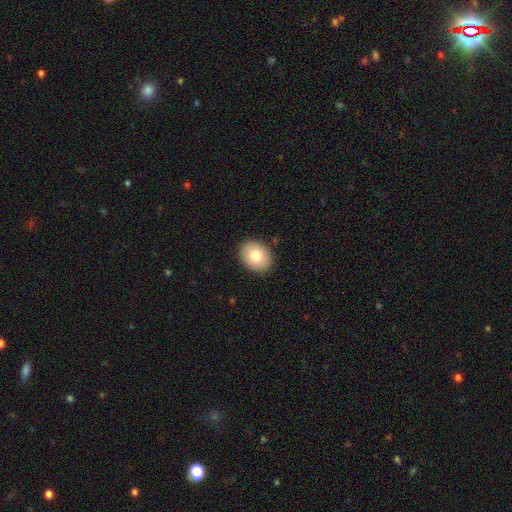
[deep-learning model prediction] Smooth or featured?
  - smooth: 81% *
  - featured or disk: 12%
  - star or artifact: 8%
How rounded?
  - round: 54% *
  - in between: 45%
  - cigar-shaped: 1%
Merging?
  - none: 90% *
  - minor disturbance: 7%
  - major disturbance: 2%
  - merger: 1%